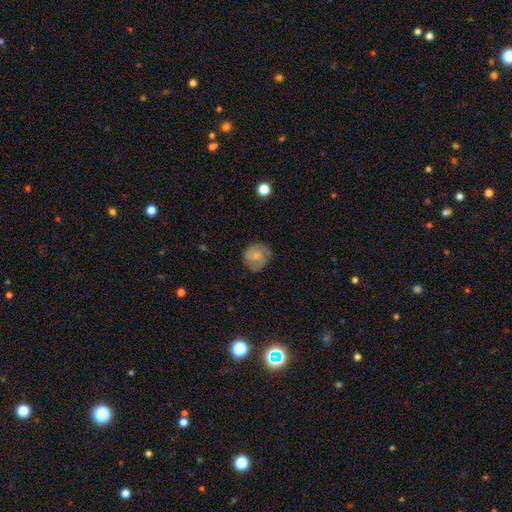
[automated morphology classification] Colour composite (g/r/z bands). It shows a smooth galaxy with no disk features (60%) that is round (84%). Merging: none (71%).